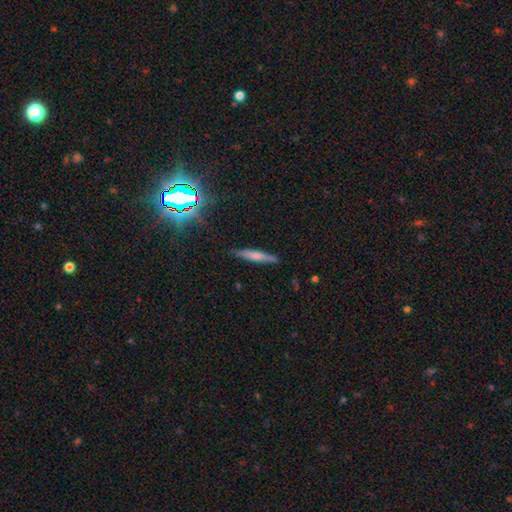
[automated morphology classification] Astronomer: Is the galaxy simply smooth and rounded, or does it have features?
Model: smooth — 58% (runner-up: featured or disk, 33%).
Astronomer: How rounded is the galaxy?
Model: cigar-shaped — 91%.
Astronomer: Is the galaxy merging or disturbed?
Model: none — 86%.